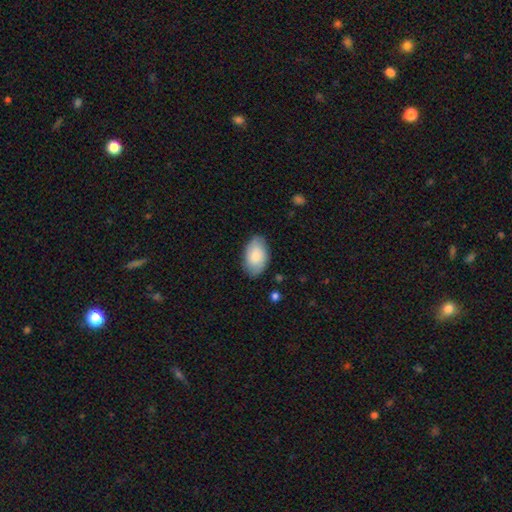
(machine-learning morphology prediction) This is likely a smooth galaxy (75%). How rounded: clearly in between (94%). Merging: clearly none (81%).